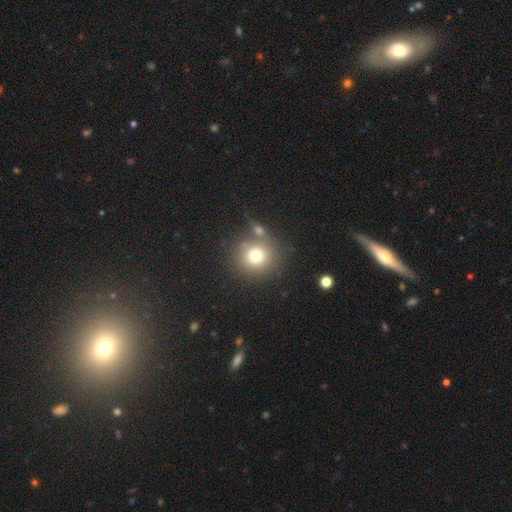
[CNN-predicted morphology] This appears to be a smooth galaxy with no disk features (75%) that is round (90%). Merging: none (70%).